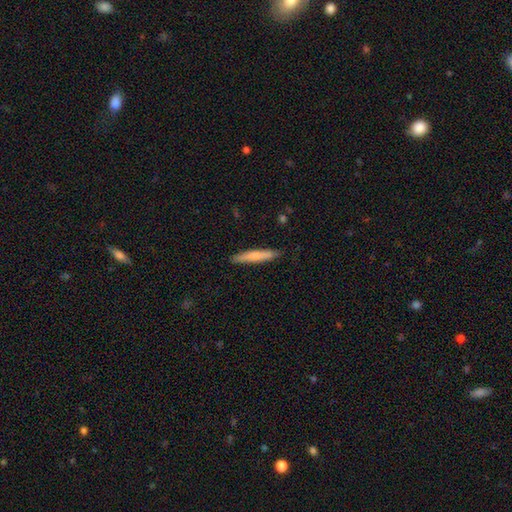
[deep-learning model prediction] A smooth galaxy with no disk features (71%) that is cigar-shaped (93%). Merging: none (88%).